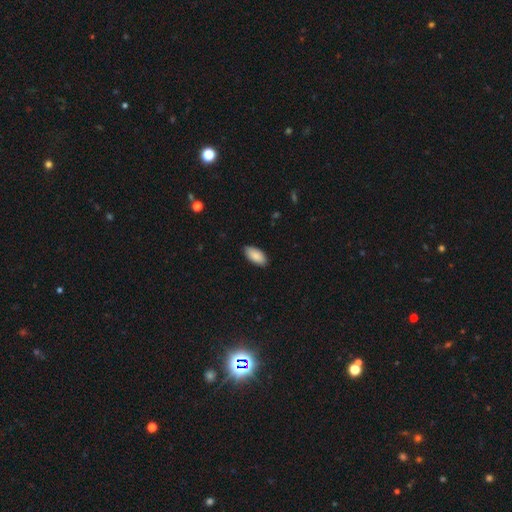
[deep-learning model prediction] This appears to be a smooth galaxy with no disk features (88%) that is in between round and cigar-shaped (94%). Merging: none (87%).